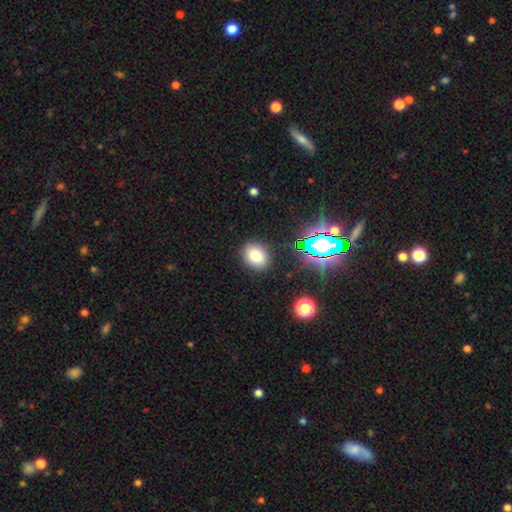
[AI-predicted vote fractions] Morphology: type=smooth (77%); roundness=in between (51%); merging=none (88%).